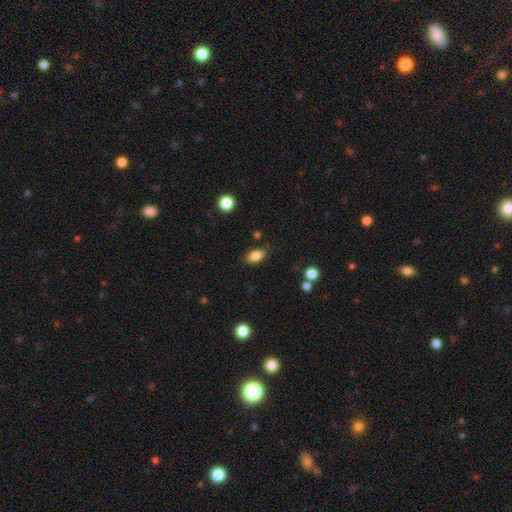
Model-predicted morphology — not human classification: smooth_or_featured: smooth (p=0.84) [alt: star or artifact p=0.09]
how_rounded: in between (p=0.88) [alt: round p=0.06]
merging: none (p=0.84) [alt: minor disturbance p=0.11]